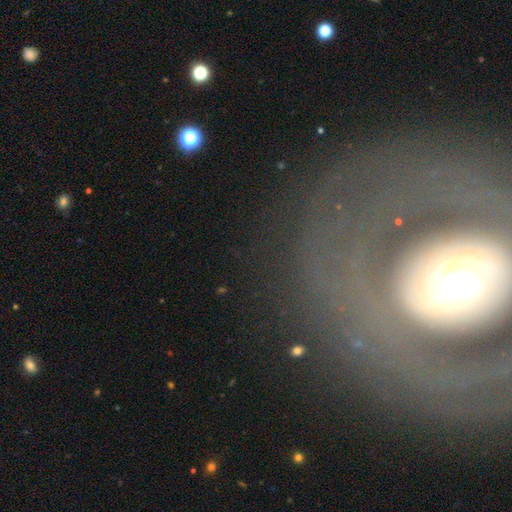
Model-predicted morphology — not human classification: smooth-or-featured: featured or disk: 64% | smooth: 20% | star or artifact: 15%
  disk-edge-on: no: 88% | yes: 12%
    bar: no: 54% | strong: 23% | weak: 23%
    has-spiral-arms: no: 53% | yes: 47%
    bulge-size: moderate: 52% | large: 26% | small: 12% | dominant: 7% | none: 3%
  merging: none: 71% | major disturbance: 13% | minor disturbance: 12% | merger: 4%